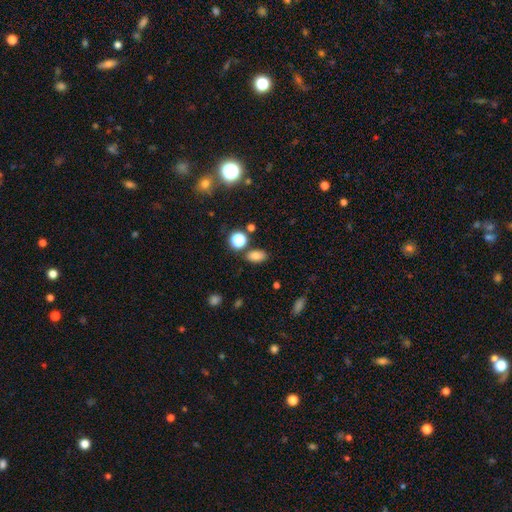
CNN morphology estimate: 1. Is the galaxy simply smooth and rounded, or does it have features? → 78% smooth, 15% star or artifact, 7% featured or disk.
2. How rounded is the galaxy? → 85% in between, 13% round, 2% cigar-shaped.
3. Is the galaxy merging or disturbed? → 80% none, 11% minor disturbance, 6% merger, 3% major disturbance.